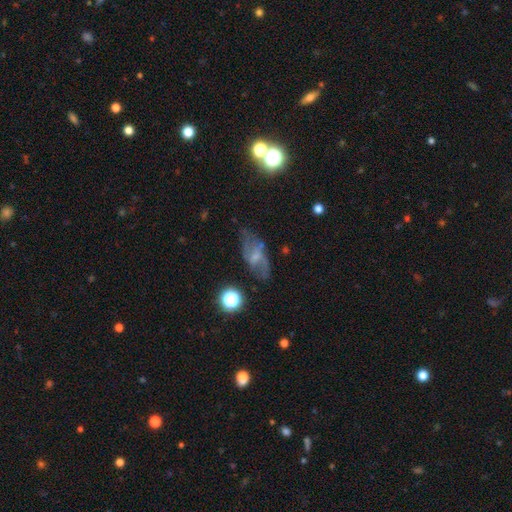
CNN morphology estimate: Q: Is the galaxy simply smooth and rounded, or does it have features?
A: featured or disk — 55%.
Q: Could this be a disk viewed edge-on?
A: no — 87%.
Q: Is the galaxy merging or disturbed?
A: none — 62%.